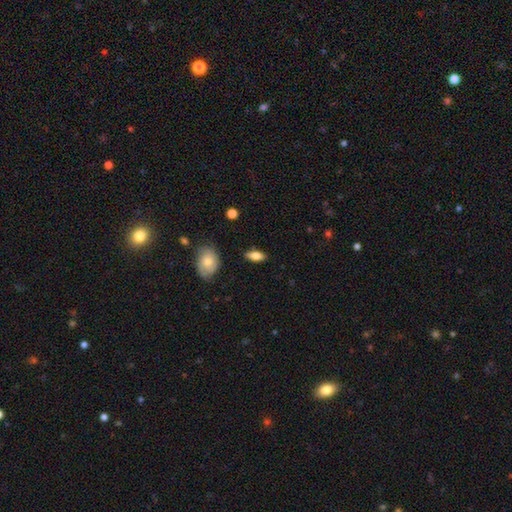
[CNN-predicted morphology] Overall: smooth (75%). How rounded: in between (83%). Merging: none (84%).